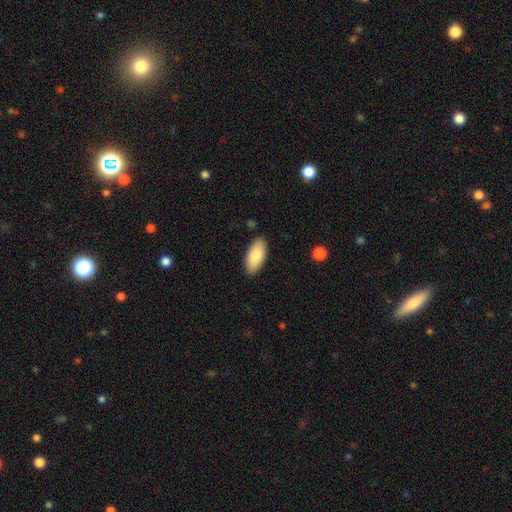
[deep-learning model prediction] Smooth or featured? smooth (85%)
How rounded? in between (91%)
Merging? none (87%)